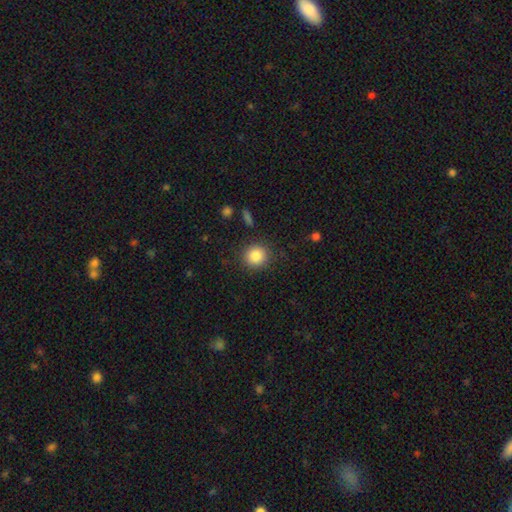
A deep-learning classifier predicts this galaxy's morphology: Q: Smooth or featured?
A: smooth (85%); runner-up: star or artifact (10%)
Q: How rounded?
A: round (90%); runner-up: in between (9%)
Q: Merging?
A: none (88%); runner-up: minor disturbance (8%)